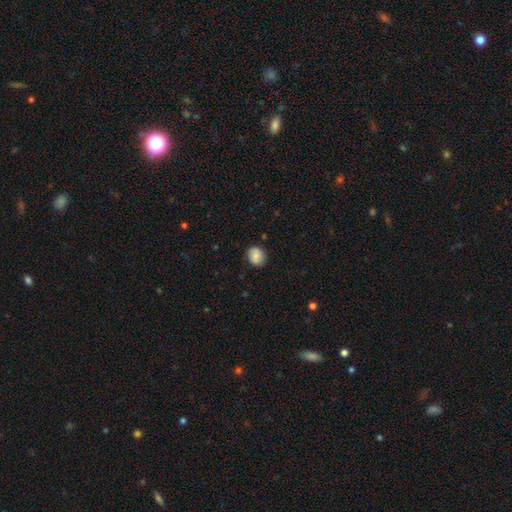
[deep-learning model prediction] A smooth galaxy with no disk features (75%) that is round (69%). Merging: none (83%).